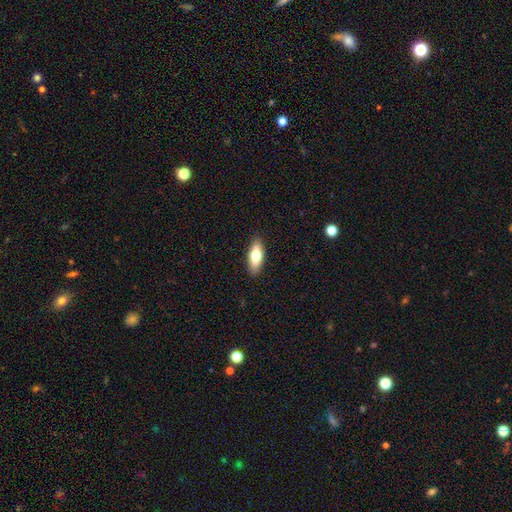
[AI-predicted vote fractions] smooth_or_featured: smooth (p=0.74) [alt: featured or disk p=0.20]
how_rounded: in between (p=0.73) [alt: cigar-shaped p=0.24]
merging: none (p=0.89) [alt: minor disturbance p=0.08]